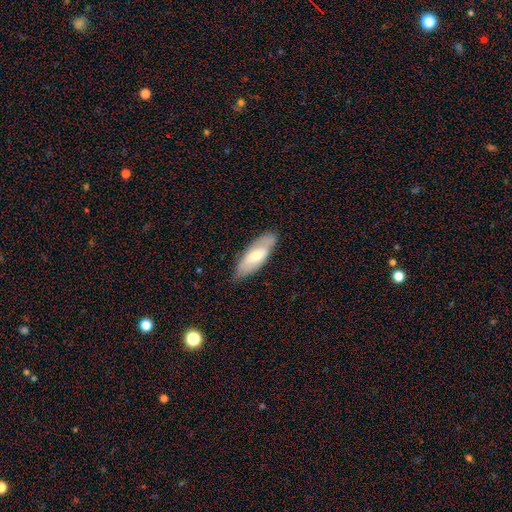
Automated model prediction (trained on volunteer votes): smooth_or_featured: smooth (p=0.59) [alt: featured or disk p=0.35]
how_rounded: in between (p=0.68) [alt: cigar-shaped p=0.30]
merging: none (p=0.80) [alt: minor disturbance p=0.16]